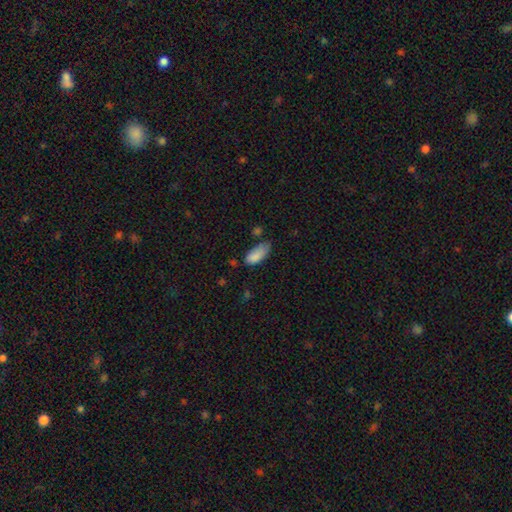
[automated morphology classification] smooth 85%, star or artifact 8%, featured or disk 7%. Down the decision tree: how rounded — in between (87%); merging — none (41%).